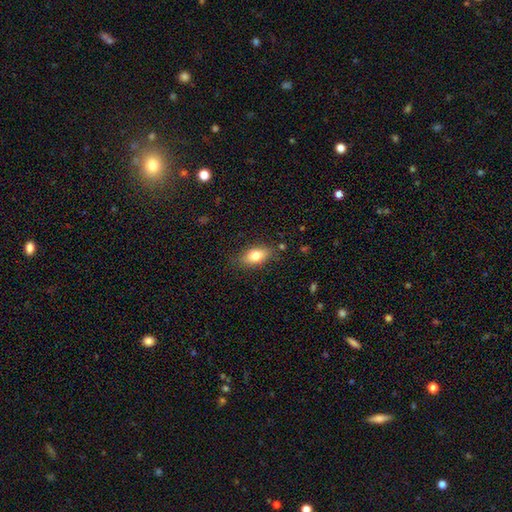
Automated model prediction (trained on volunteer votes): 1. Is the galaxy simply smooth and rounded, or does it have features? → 78% smooth, 14% featured or disk, 8% star or artifact.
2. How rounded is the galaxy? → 85% in between, 8% round, 6% cigar-shaped.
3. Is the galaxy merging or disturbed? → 81% none, 14% minor disturbance, 3% major disturbance, 2% merger.